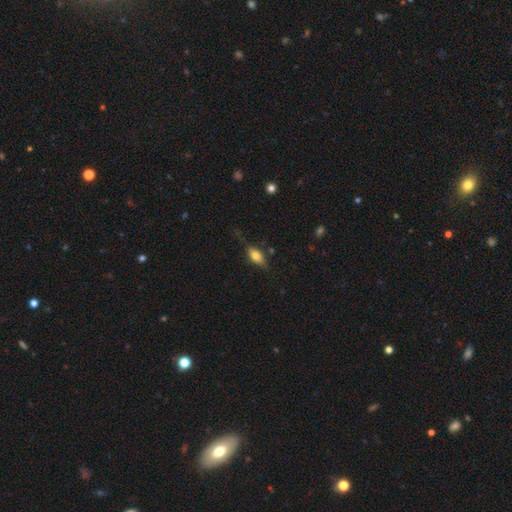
Smooth or featured: smooth — 65% (featured or disk — 28%)
How rounded: in between — 69% (cigar-shaped — 27%)
Merging: none — 54% (minor disturbance — 27%)